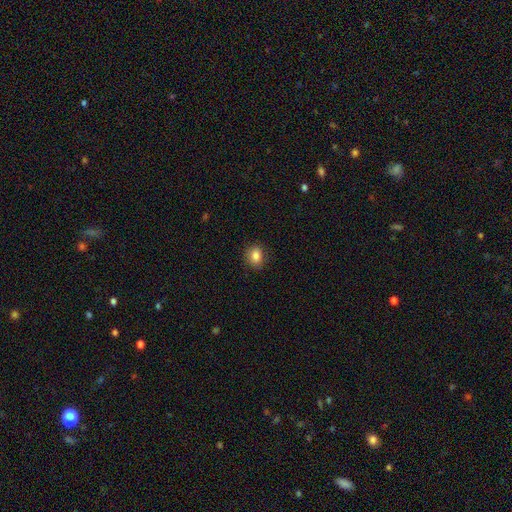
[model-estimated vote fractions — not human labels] Smooth or featured? Predicted: smooth (p=0.84). How rounded? Predicted: in between (p=0.52). Merging? Predicted: none (p=0.87).